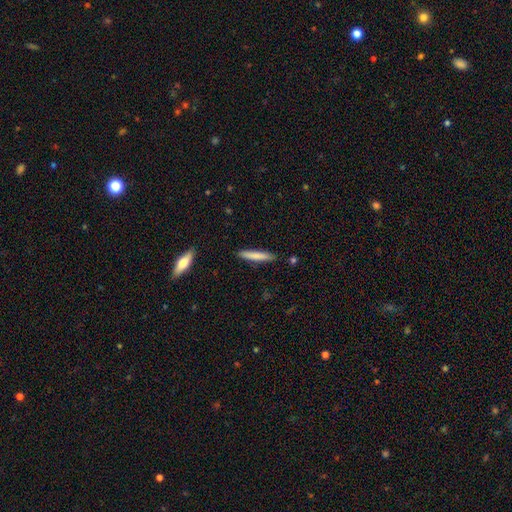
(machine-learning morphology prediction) smooth_or_featured: smooth (p=0.77) [alt: featured or disk p=0.17]
how_rounded: cigar-shaped (p=0.92) [alt: in between p=0.07]
merging: none (p=0.89) [alt: minor disturbance p=0.08]